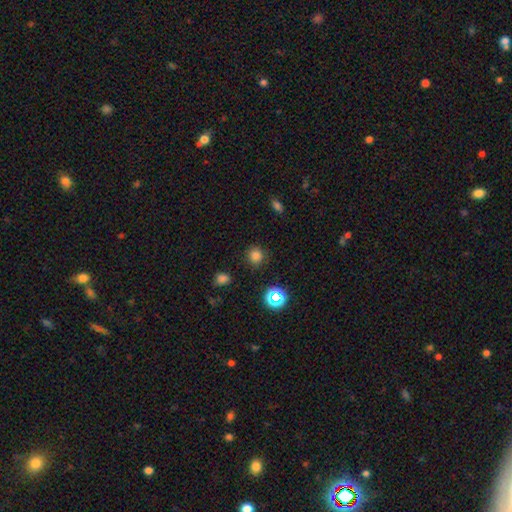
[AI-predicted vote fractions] A smooth galaxy with no disk features (76%) that is round (91%).

Vote fractions:
- Smooth or featured? smooth: 76% / star or artifact: 19% / featured or disk: 5%
- How rounded? round: 91% / in between: 8% / cigar-shaped: 1%
- Merging? none: 86% / minor disturbance: 9% / major disturbance: 3% / merger: 2%